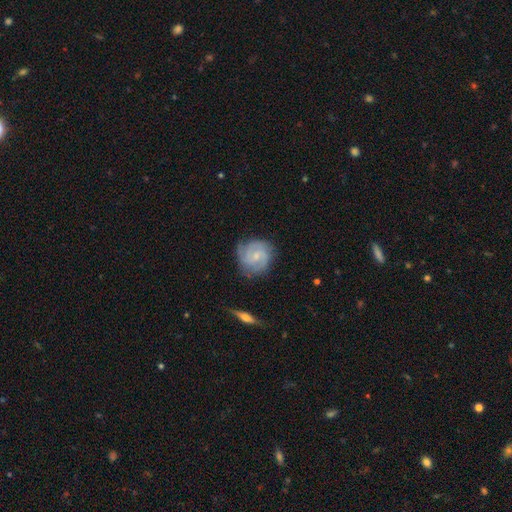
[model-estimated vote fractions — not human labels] smooth_or_featured: featured or disk (p=0.73) [alt: smooth p=0.21]
disk_edge_on: no (p=0.98) [alt: yes p=0.02]
bar: no (p=0.54) [alt: weak p=0.40]
has_spiral_arms: yes (p=0.94) [alt: no p=0.06]
spiral_winding: tight (p=0.53) [alt: medium p=0.38]
spiral_arm_count: 2 (p=0.34) [alt: 3 p=0.31]
bulge_size: small (p=0.62) [alt: moderate p=0.28]
merging: none (p=0.73) [alt: minor disturbance p=0.19]